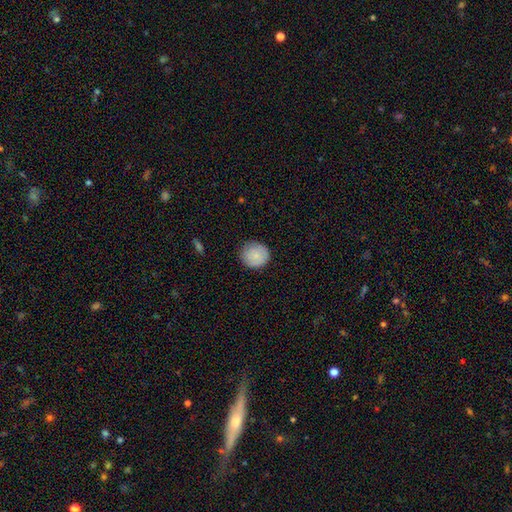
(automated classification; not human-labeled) Morphology: type=smooth (82%); roundness=round (91%); merging=none (87%).